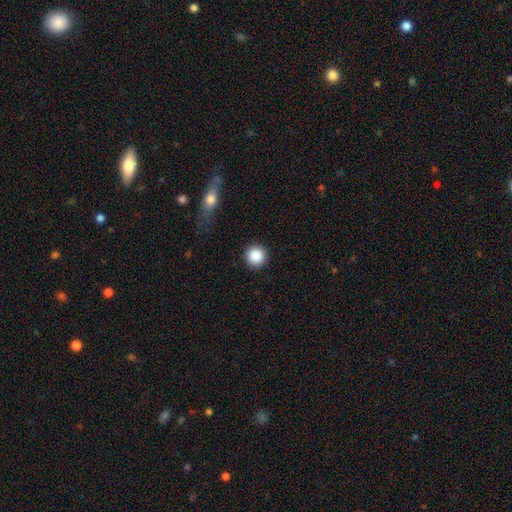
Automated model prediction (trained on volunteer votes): A smooth galaxy with no disk features (87%) that is round (95%). Merging: none (90%).